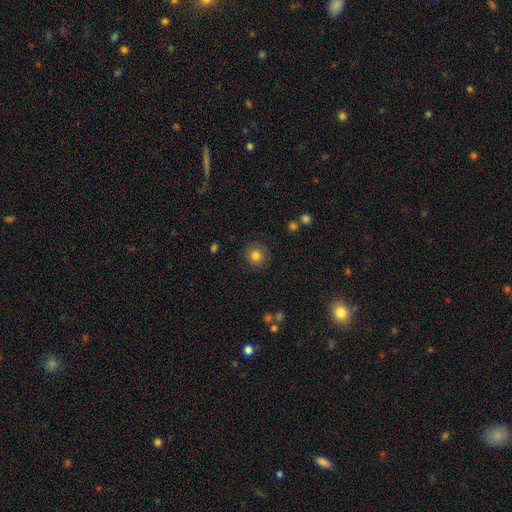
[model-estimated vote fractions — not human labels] A smooth galaxy with no disk features (82%) that is round (92%). Merging: none (88%).